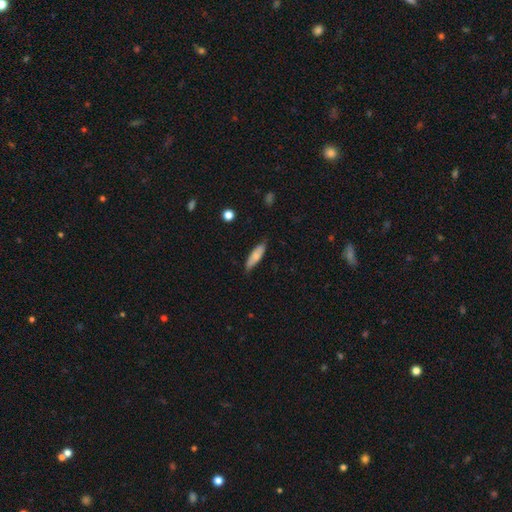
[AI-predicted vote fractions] smooth_or_featured: smooth (p=0.74) [alt: featured or disk p=0.19]
how_rounded: cigar-shaped (p=0.57) [alt: in between p=0.41]
merging: none (p=0.76) [alt: minor disturbance p=0.19]